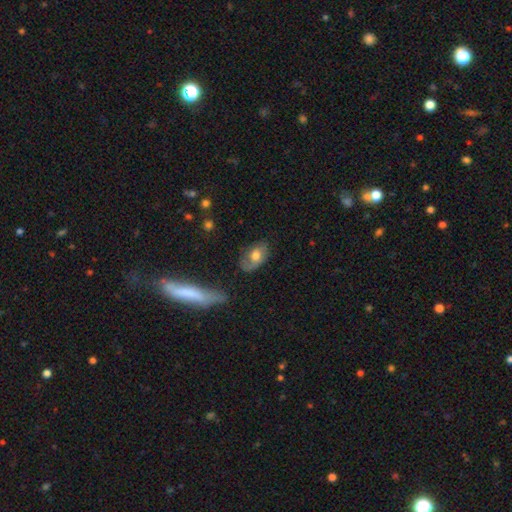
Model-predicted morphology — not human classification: Smooth or featured? smooth (57%)
How rounded? in between (86%)
Merging? none (54%)